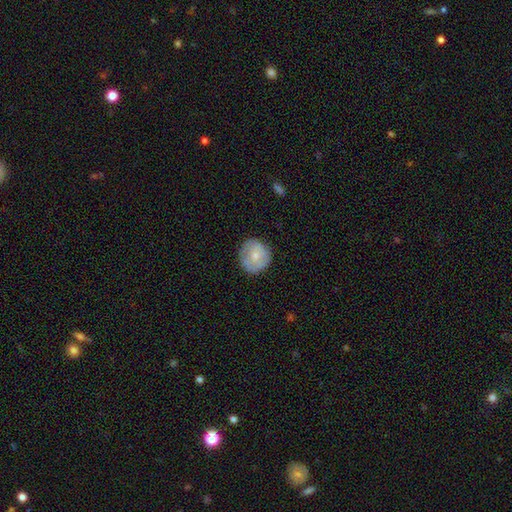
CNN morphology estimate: A smooth galaxy with no disk features (66%) that is round (90%). Merging: none (81%).